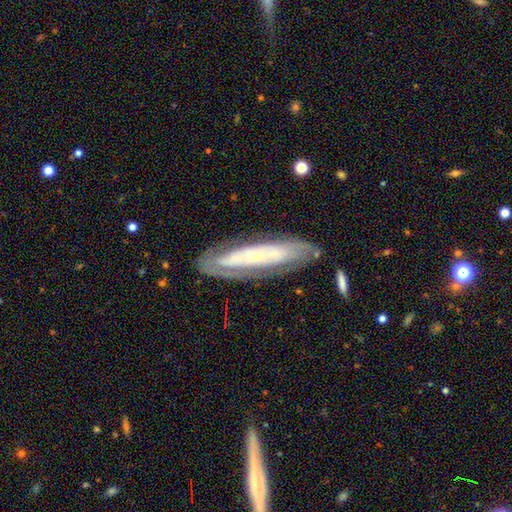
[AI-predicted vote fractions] Smooth or featured? featured or disk (75%)
Edge-on disk? no (75%)
Bar? no (71%)
Spiral arms? yes (81%)
Bulge size? small (78%)
Merging? none (75%)